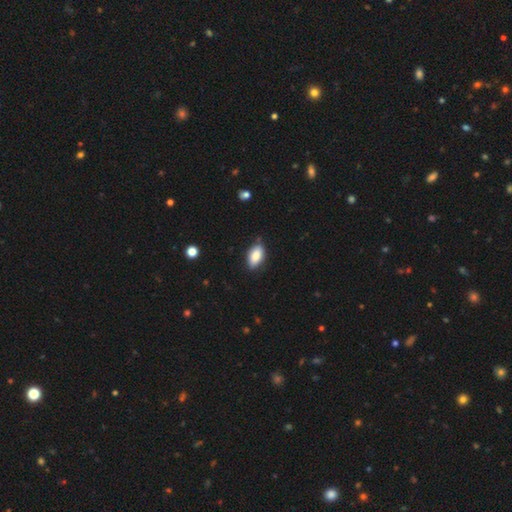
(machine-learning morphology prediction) Overall: smooth (84%). How rounded: in between (91%). Merging: none (81%).